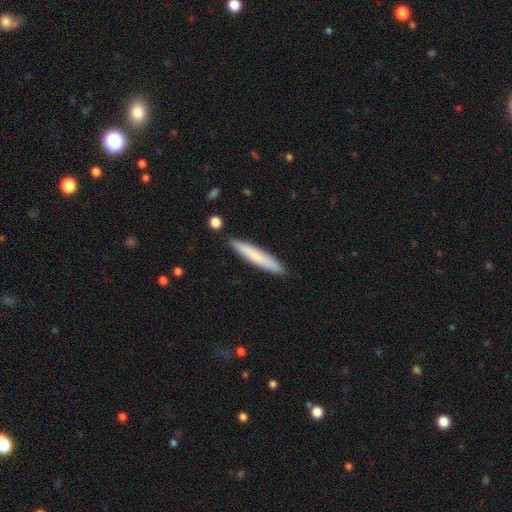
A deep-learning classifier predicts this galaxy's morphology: Q: Smooth or featured?
A: smooth (75%); runner-up: featured or disk (19%)
Q: How rounded?
A: cigar-shaped (93%); runner-up: in between (6%)
Q: Merging?
A: none (90%); runner-up: minor disturbance (7%)